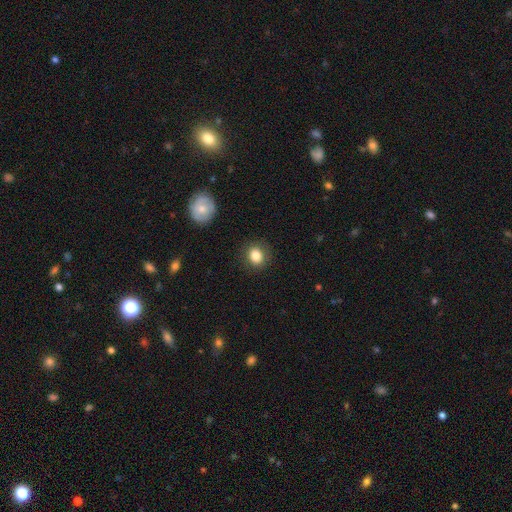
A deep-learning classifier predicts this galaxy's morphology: Q: Smooth or featured?
A: smooth (84%); runner-up: star or artifact (10%)
Q: How rounded?
A: round (72%); runner-up: in between (27%)
Q: Merging?
A: none (88%); runner-up: minor disturbance (8%)